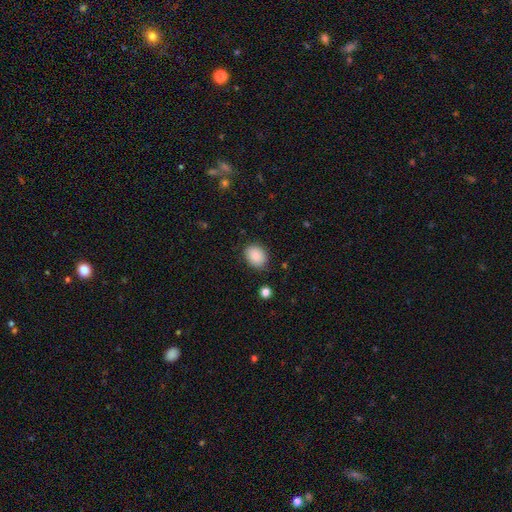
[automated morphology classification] smooth_or_featured: smooth (p=0.86) [alt: star or artifact p=0.08]
how_rounded: in between (p=0.54) [alt: round p=0.45]
merging: none (p=0.84) [alt: minor disturbance p=0.12]